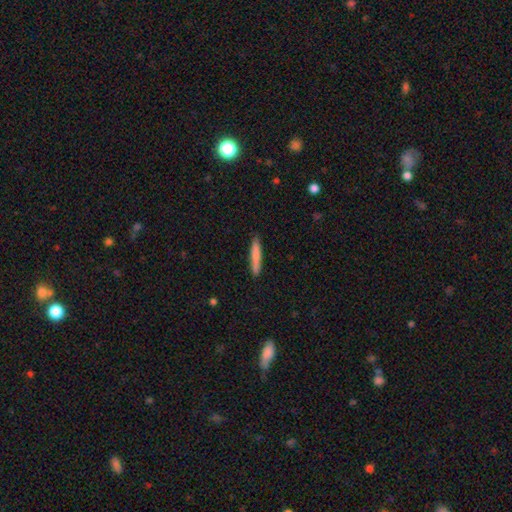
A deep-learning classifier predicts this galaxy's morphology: Q: Smooth or featured?
A: smooth (80%); runner-up: featured or disk (14%)
Q: How rounded?
A: cigar-shaped (94%); runner-up: in between (5%)
Q: Merging?
A: none (88%); runner-up: minor disturbance (9%)